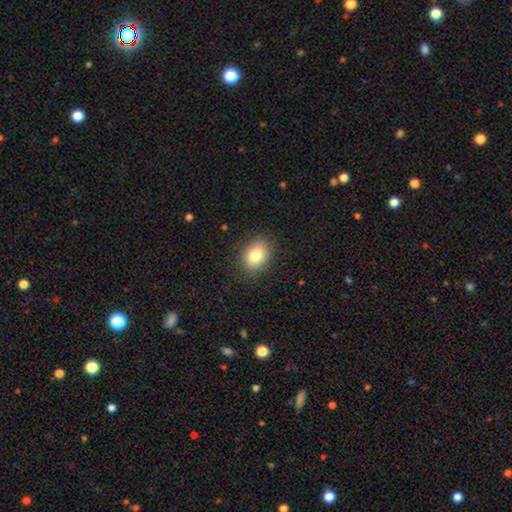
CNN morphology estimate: This appears to be a smooth galaxy with no disk features (82%) that is in between round and cigar-shaped (67%). Merging: none (86%).